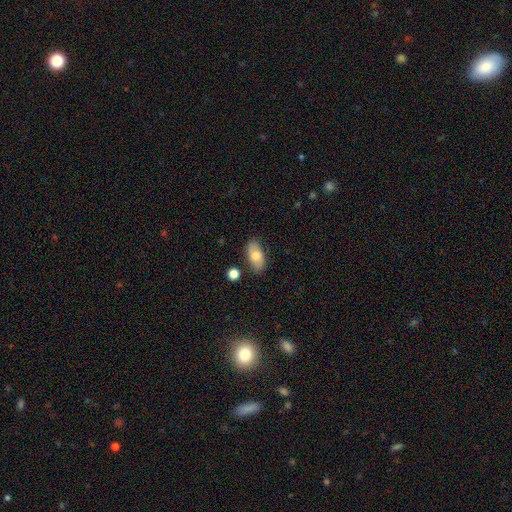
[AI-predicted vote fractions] Overall: smooth (71%). How rounded: in between (92%). Merging: none (81%).